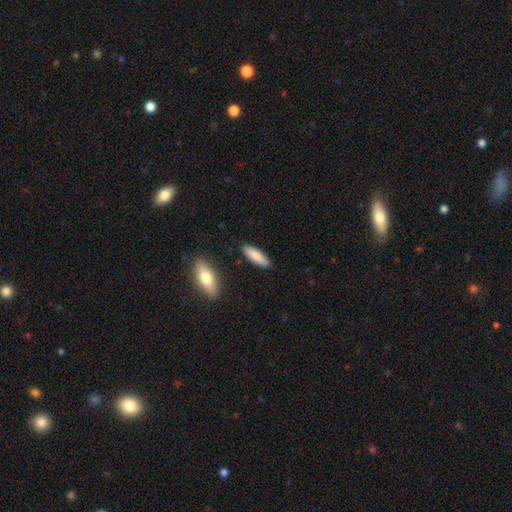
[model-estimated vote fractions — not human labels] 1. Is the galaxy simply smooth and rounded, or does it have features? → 83% smooth, 12% featured or disk, 5% star or artifact.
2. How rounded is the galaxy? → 58% cigar-shaped, 40% in between, 2% round.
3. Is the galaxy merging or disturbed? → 87% none, 9% minor disturbance, 3% merger, 2% major disturbance.